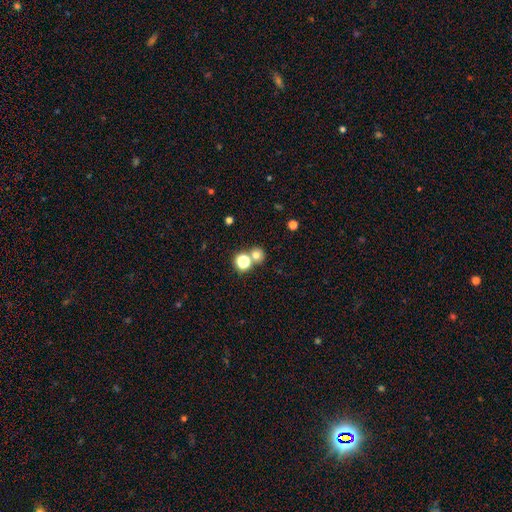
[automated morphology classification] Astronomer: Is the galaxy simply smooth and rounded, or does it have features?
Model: smooth — 71%.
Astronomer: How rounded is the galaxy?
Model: round — 88%.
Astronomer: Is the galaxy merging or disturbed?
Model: none — 63%.